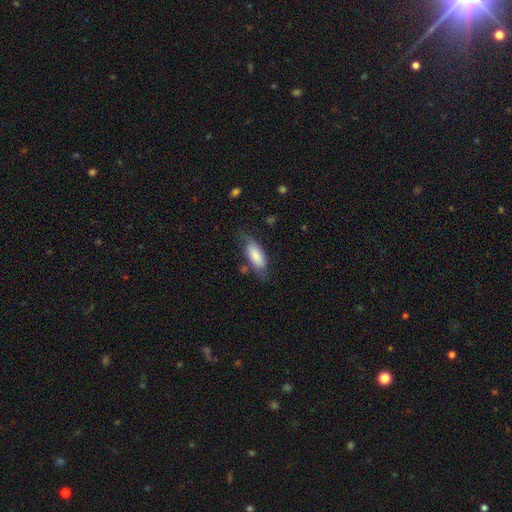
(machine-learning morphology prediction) smooth_or_featured: smooth (p=0.75) [alt: featured or disk p=0.18]
how_rounded: in between (p=0.80) [alt: cigar-shaped p=0.18]
merging: none (p=0.61) [alt: minor disturbance p=0.27]